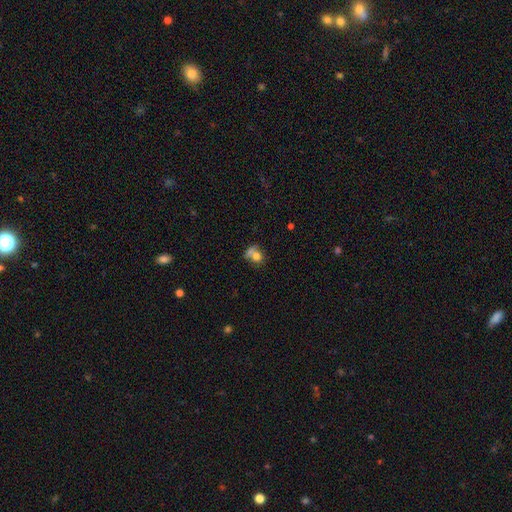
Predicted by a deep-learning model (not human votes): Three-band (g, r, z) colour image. It shows a smooth galaxy with no disk features (72%) that is round (67%). Merging: merger (44%).